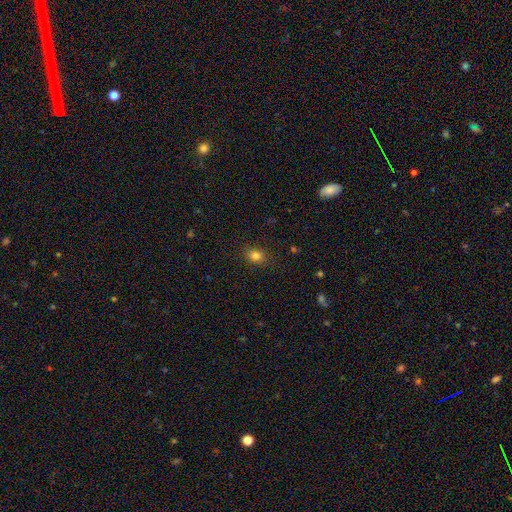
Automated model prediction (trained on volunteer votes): A smooth galaxy with no disk features (81%) that is in between round and cigar-shaped (58%).

Vote fractions:
- Smooth or featured? smooth: 81% / star or artifact: 12% / featured or disk: 6%
- How rounded? in between: 58% / round: 41% / cigar-shaped: 2%
- Merging? none: 86% / minor disturbance: 10% / major disturbance: 3% / merger: 1%